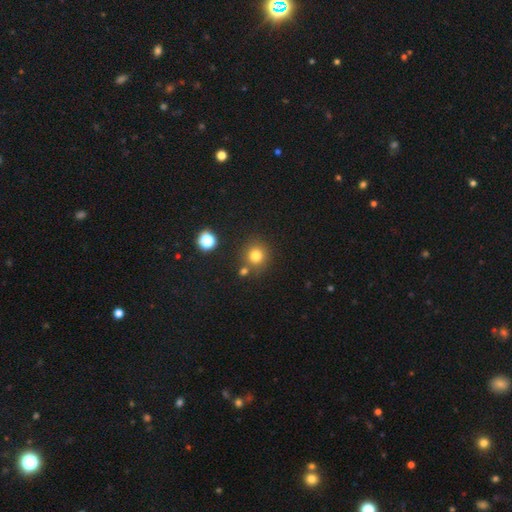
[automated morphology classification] The model was most divided on "smooth or featured": smooth: 80%, star or artifact: 14%, featured or disk: 6%. More confident: how rounded — round (92%); merging — none (78%).